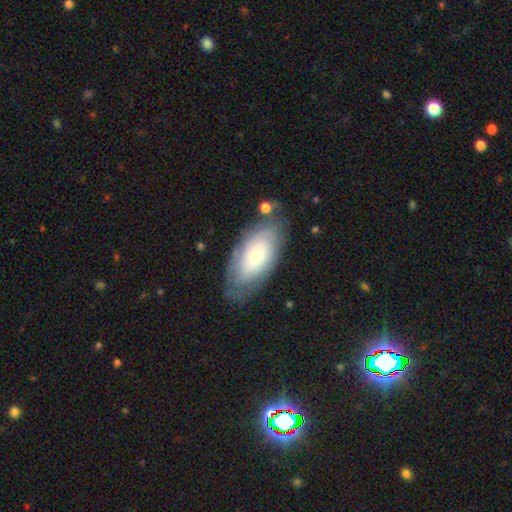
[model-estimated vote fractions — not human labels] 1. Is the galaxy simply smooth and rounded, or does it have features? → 51% smooth, 42% featured or disk, 7% star or artifact.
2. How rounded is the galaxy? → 92% in between, 5% cigar-shaped, 4% round.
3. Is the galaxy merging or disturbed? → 71% none, 19% minor disturbance, 6% major disturbance, 3% merger.